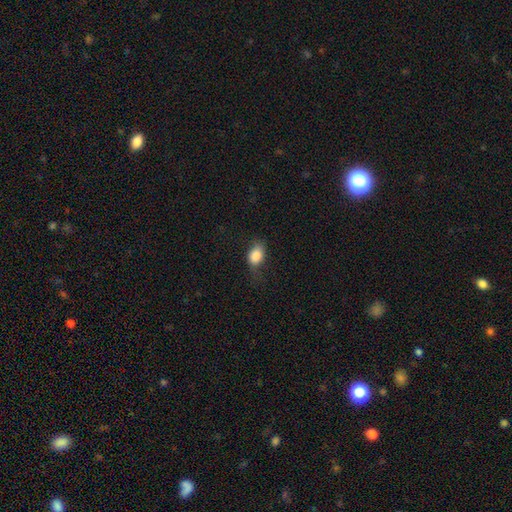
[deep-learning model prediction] Morphology: type=smooth (84%); roundness=in between (77%); merging=none (56%).